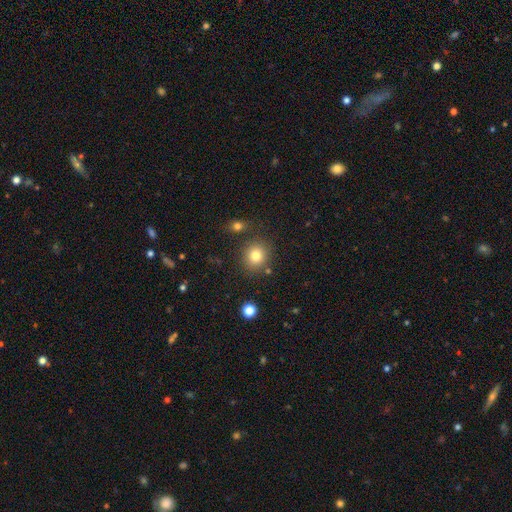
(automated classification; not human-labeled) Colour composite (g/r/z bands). It shows a smooth galaxy with no disk features (81%) that is round (86%). Merging: none (83%).